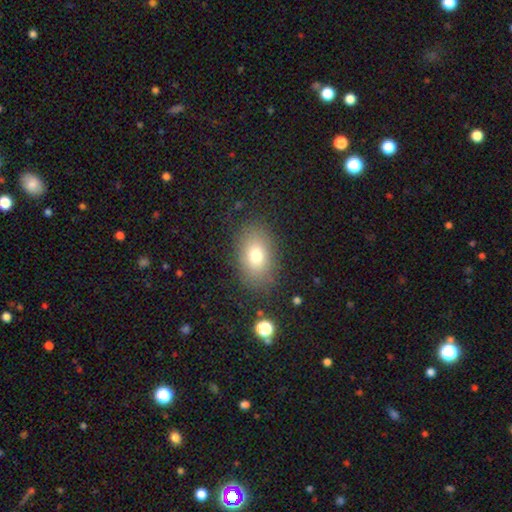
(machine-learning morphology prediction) smooth_or_featured: smooth (p=0.75) [alt: featured or disk p=0.14]
how_rounded: in between (p=0.84) [alt: round p=0.14]
merging: none (p=0.82) [alt: minor disturbance p=0.12]